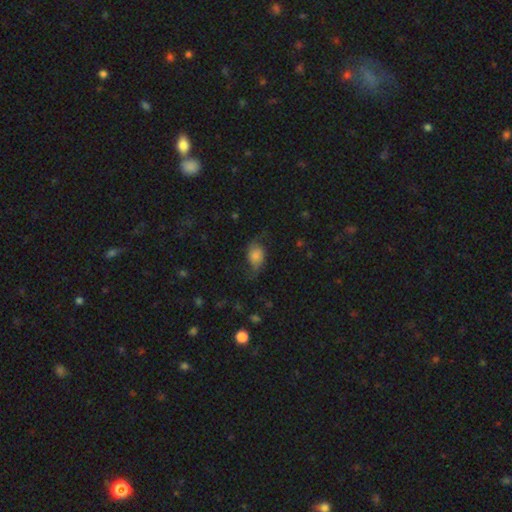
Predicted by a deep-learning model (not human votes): Morphology: type=smooth (56%); roundness=in between (75%); merging=none (50%).